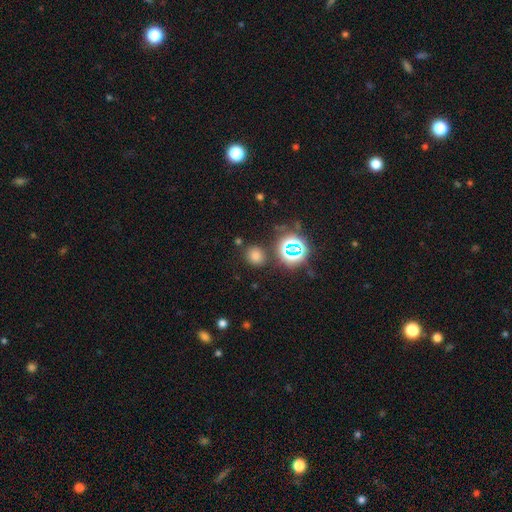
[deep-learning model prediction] Q: Smooth or featured?
A: smooth (68%); runner-up: star or artifact (25%)
Q: How rounded?
A: round (77%); runner-up: in between (22%)
Q: Merging?
A: none (82%); runner-up: minor disturbance (10%)